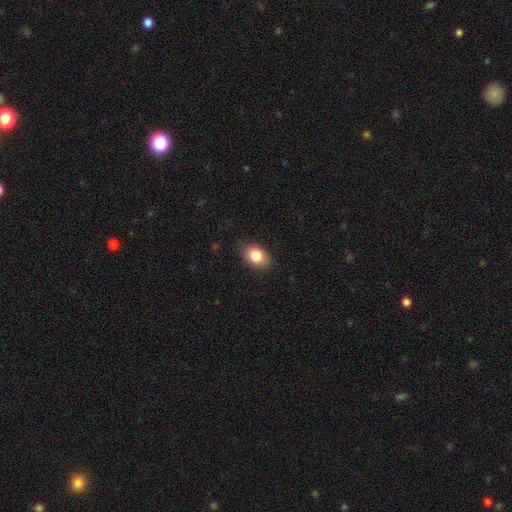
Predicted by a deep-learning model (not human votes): Smooth or featured?
  - smooth: 84% *
  - star or artifact: 8%
  - featured or disk: 8%
How rounded?
  - in between: 79% *
  - round: 20%
  - cigar-shaped: 1%
Merging?
  - none: 85% *
  - minor disturbance: 11%
  - major disturbance: 3%
  - merger: 1%